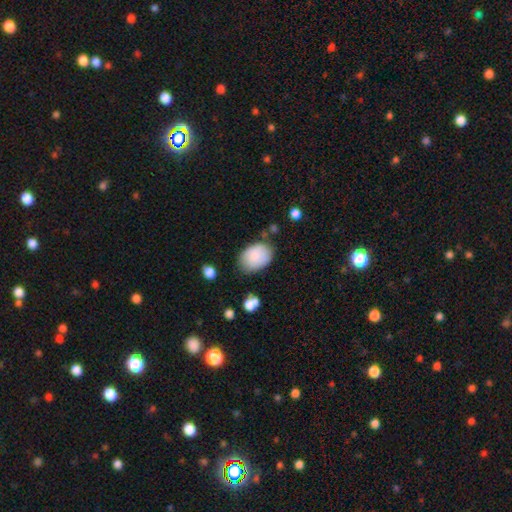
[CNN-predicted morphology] The model was most divided on "merging": none: 69%, minor disturbance: 21%, major disturbance: 5%, merger: 4%. More confident: smooth or featured — smooth (85%); how rounded — in between (82%).